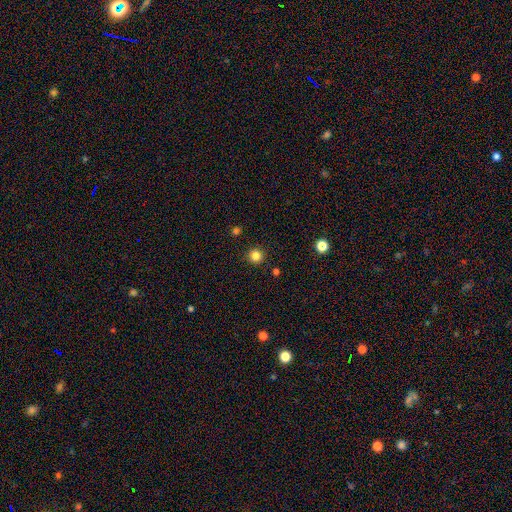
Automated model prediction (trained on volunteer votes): smooth 83%, star or artifact 12%, featured or disk 4%. Down the decision tree: how rounded — round (95%); merging — none (92%).